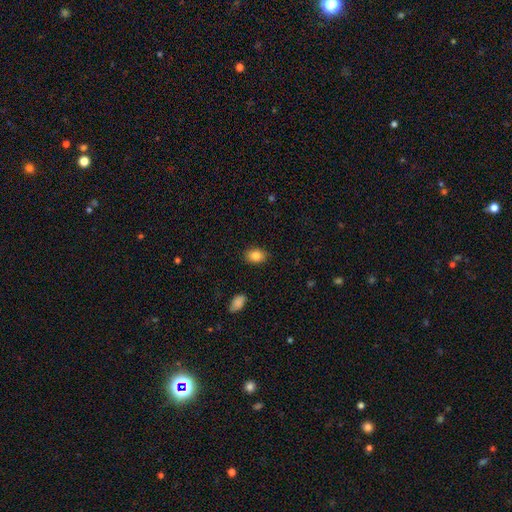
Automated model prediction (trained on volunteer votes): smooth_or_featured: smooth (p=0.86) [alt: star or artifact p=0.08]
how_rounded: in between (p=0.72) [alt: round p=0.27]
merging: none (p=0.87) [alt: minor disturbance p=0.10]